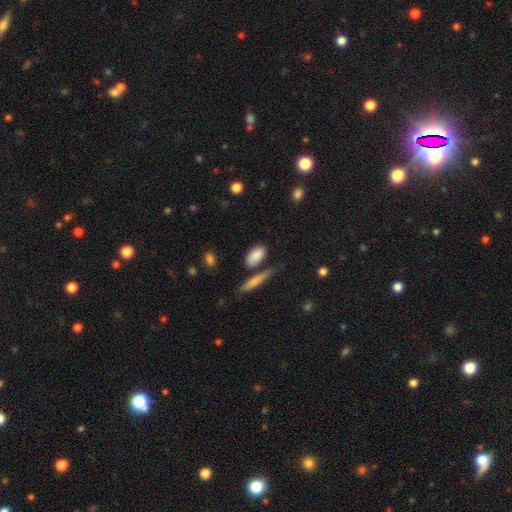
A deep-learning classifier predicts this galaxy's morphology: A smooth galaxy with no disk features (86%) that is in between round and cigar-shaped (85%).

Vote fractions:
- Smooth or featured? smooth: 86% / featured or disk: 8% / star or artifact: 7%
- How rounded? in between: 85% / cigar-shaped: 9% / round: 6%
- Merging? none: 69% / minor disturbance: 15% / merger: 11% / major disturbance: 5%